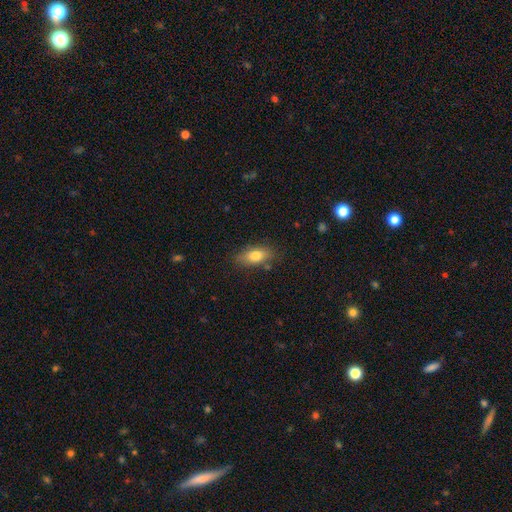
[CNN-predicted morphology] smooth 78%, featured or disk 15%, star or artifact 8%. Down the decision tree: how rounded — in between (84%); merging — none (79%).